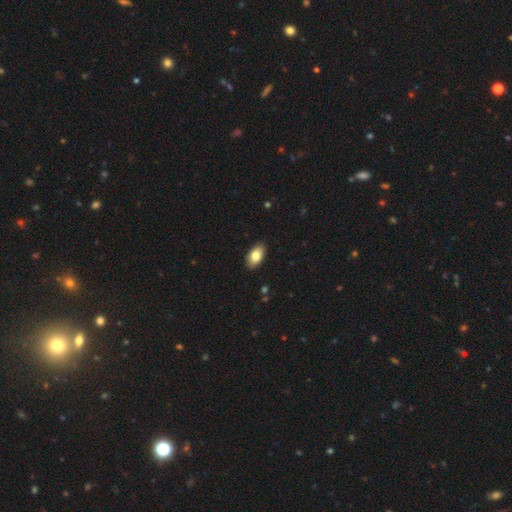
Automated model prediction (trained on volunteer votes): Q: Smooth or featured?
A: smooth (81%); runner-up: featured or disk (12%)
Q: How rounded?
A: in between (93%); runner-up: round (5%)
Q: Merging?
A: none (88%); runner-up: minor disturbance (9%)